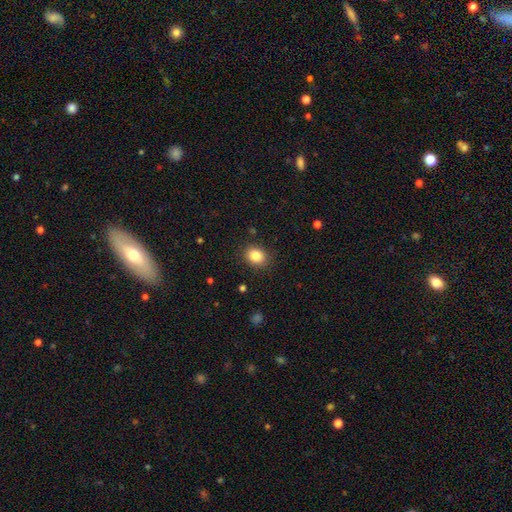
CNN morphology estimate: Q: Smooth or featured?
A: smooth (85%); runner-up: star or artifact (10%)
Q: How rounded?
A: round (52%); runner-up: in between (47%)
Q: Merging?
A: none (87%); runner-up: minor disturbance (9%)